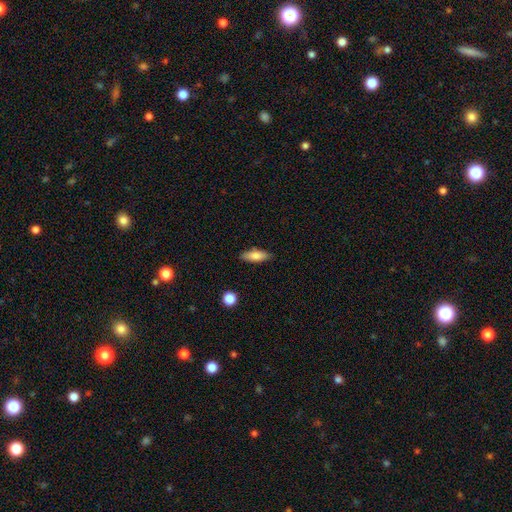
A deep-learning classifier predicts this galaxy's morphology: Smooth or featured? Predicted: smooth (p=0.77). How rounded? Predicted: in between (p=0.64). Merging? Predicted: none (p=0.86).